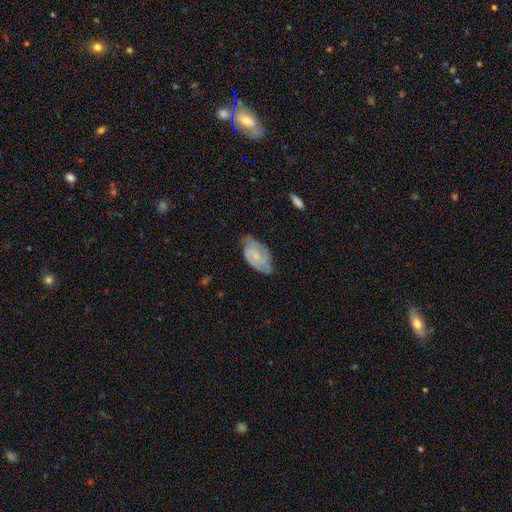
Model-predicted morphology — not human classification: smooth-or-featured: featured or disk: 70% | smooth: 24% | star or artifact: 6%
  disk-edge-on: no: 96% | yes: 4%
    bar: no: 54% | weak: 39% | strong: 7%
    has-spiral-arms: yes: 91% | no: 9%
      spiral-winding: tight: 46% | medium: 42% | loose: 12%
      spiral-arm-count: 2: 64% | can't tell: 19% | 3: 10% | 1: 3% | 4: 2% | more than 4: 2%
    bulge-size: small: 66% | moderate: 24% | none: 8% | large: 1% | dominant: 1%
  merging: none: 65% | minor disturbance: 28% | major disturbance: 6% | merger: 1%